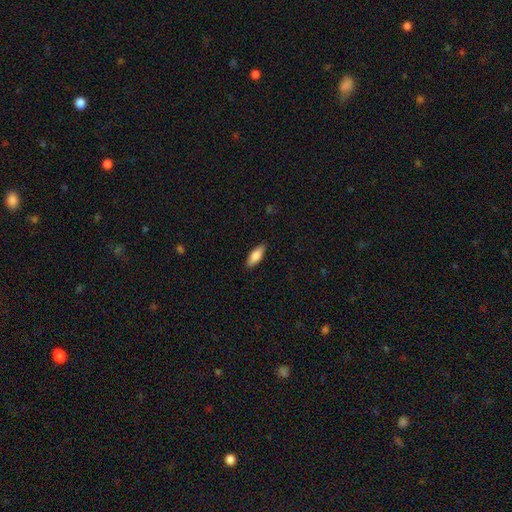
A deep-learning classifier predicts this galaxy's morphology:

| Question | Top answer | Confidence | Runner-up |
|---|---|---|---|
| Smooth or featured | smooth | 81% | featured or disk (13%) |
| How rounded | in between | 70% | cigar-shaped (28%) |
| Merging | none | 88% | minor disturbance (9%) |